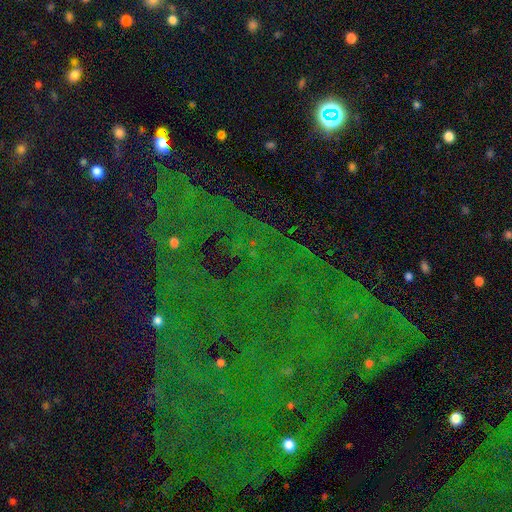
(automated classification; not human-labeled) Q: Smooth or featured?
A: star or artifact (80%); runner-up: featured or disk (10%)